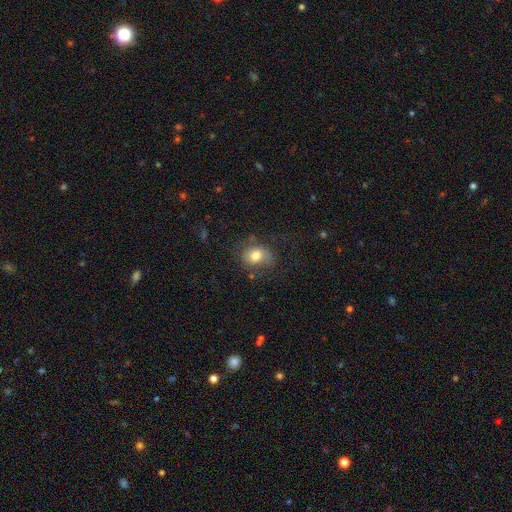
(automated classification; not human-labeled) This is likely a smooth galaxy (76%). How rounded: possibly in between (50%). Merging: likely none (62%).